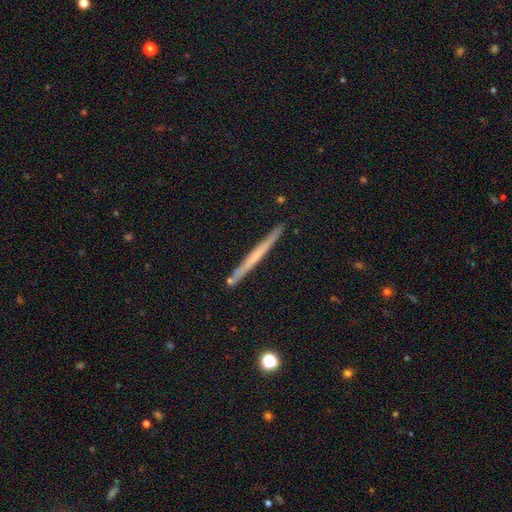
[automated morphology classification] Q: Smooth or featured?
A: featured or disk (58%); runner-up: smooth (36%)
Q: Edge-on disk?
A: yes (97%); runner-up: no (3%)
Q: Edge-on bulge?
A: none (71%); runner-up: rounded (24%)
Q: Merging?
A: none (89%); runner-up: minor disturbance (8%)